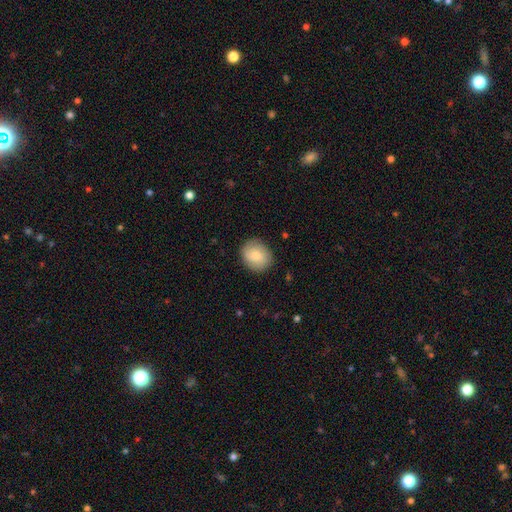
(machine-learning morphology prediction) Smooth or featured? Predicted: smooth (p=0.80). How rounded? Predicted: round (p=0.70). Merging? Predicted: none (p=0.86).